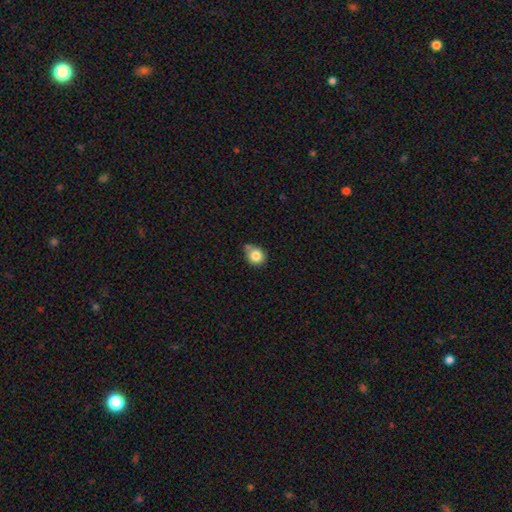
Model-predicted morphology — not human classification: smooth_or_featured: smooth (p=0.83) [alt: star or artifact p=0.10]
how_rounded: round (p=0.80) [alt: in between p=0.19]
merging: none (p=0.56) [alt: minor disturbance p=0.22]